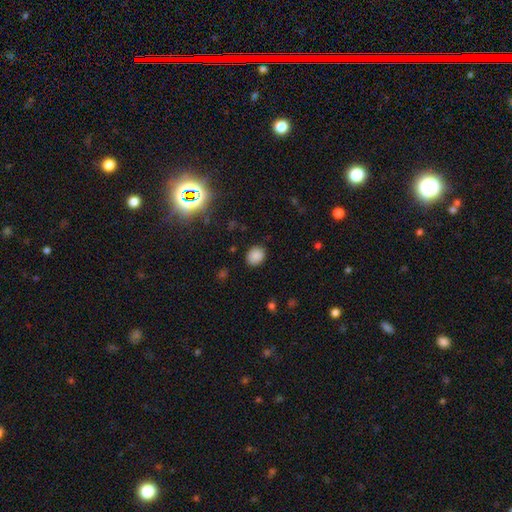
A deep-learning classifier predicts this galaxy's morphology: smooth_or_featured: smooth (p=0.85) [alt: star or artifact p=0.11]
how_rounded: round (p=0.63) [alt: in between p=0.36]
merging: none (p=0.85) [alt: minor disturbance p=0.11]